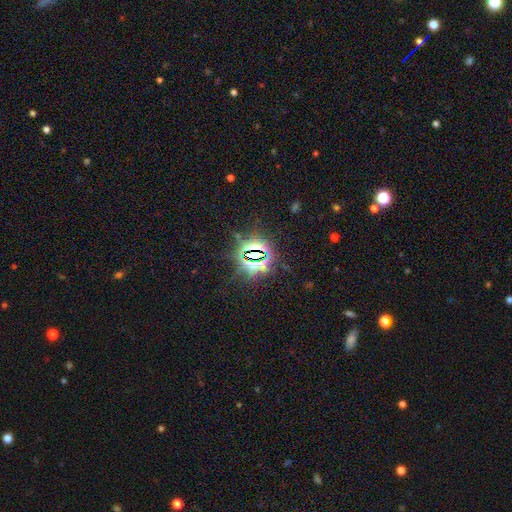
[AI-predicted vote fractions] Smooth or featured? Predicted: star or artifact (p=0.81).